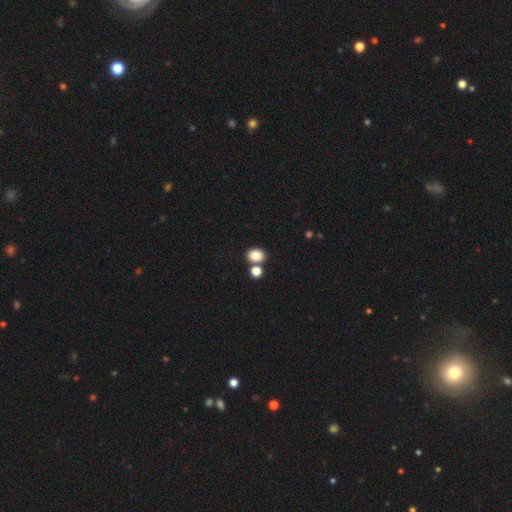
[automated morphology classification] Smooth or featured?
  - smooth: 84% *
  - star or artifact: 11%
  - featured or disk: 5%
How rounded?
  - round: 53% *
  - in between: 46%
  - cigar-shaped: 1%
Merging?
  - none: 67% *
  - merger: 22%
  - minor disturbance: 8%
  - major disturbance: 3%